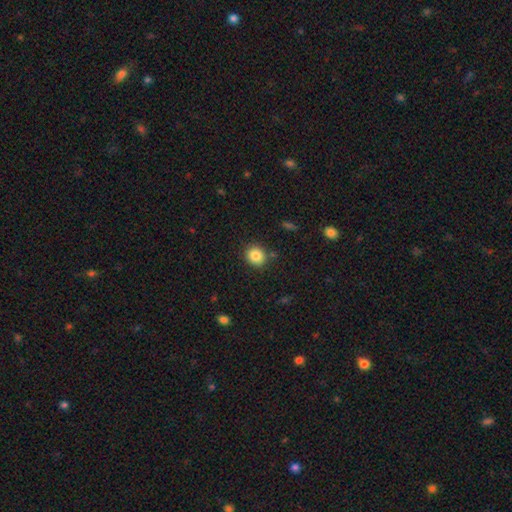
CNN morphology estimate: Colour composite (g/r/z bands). It shows a smooth galaxy with no disk features (84%) that is round (79%). Merging: none (86%).